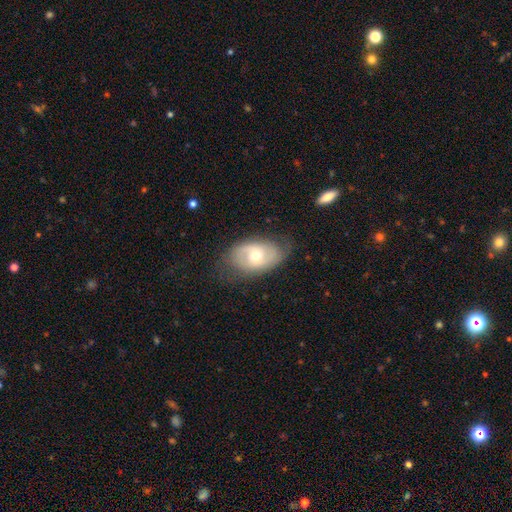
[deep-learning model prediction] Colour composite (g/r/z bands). It shows a featured or disk galaxy (57%) with no bar (64%), spiral arms (70%) and a moderate central bulge (66%). Merging: none (70%).